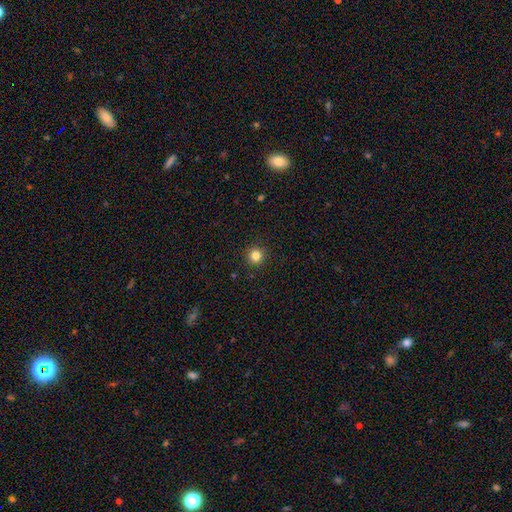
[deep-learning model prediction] Smooth or featured?
  - smooth: 83% *
  - star or artifact: 12%
  - featured or disk: 5%
How rounded?
  - round: 95% *
  - in between: 4%
  - cigar-shaped: 1%
Merging?
  - none: 92% *
  - minor disturbance: 5%
  - major disturbance: 2%
  - merger: 1%